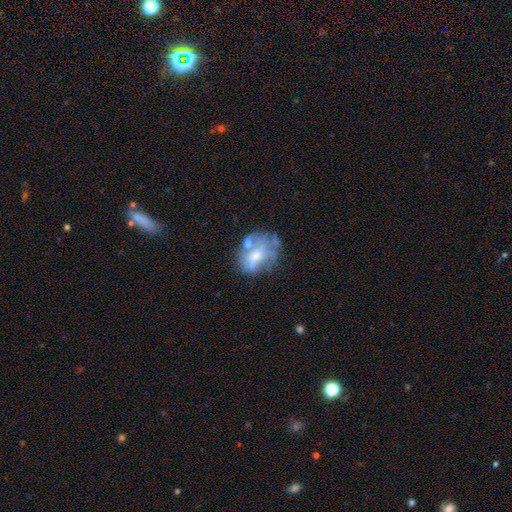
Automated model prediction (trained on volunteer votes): Q: Smooth or featured?
A: featured or disk (53%); runner-up: smooth (36%)
Q: Edge-on disk?
A: no (97%); runner-up: yes (3%)
Q: Bar?
A: no (75%); runner-up: weak (20%)
Q: Spiral arms?
A: no (82%); runner-up: yes (18%)
Q: Bulge size?
A: moderate (56%); runner-up: small (28%)
Q: Merging?
A: none (39%); runner-up: minor disturbance (20%)